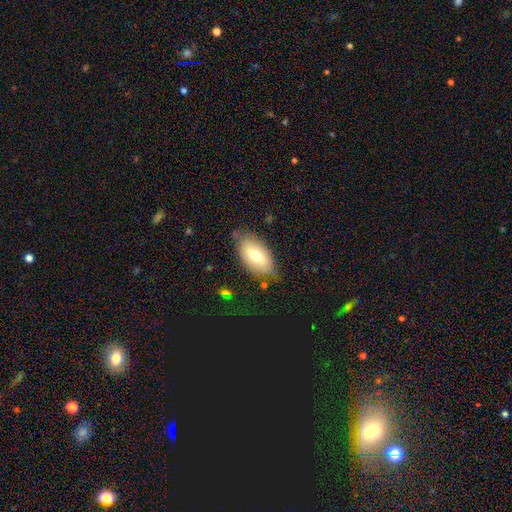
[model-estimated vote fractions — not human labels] Smooth or featured? Predicted: smooth (p=0.60). How rounded? Predicted: in between (p=0.92). Merging? Predicted: none (p=0.72).